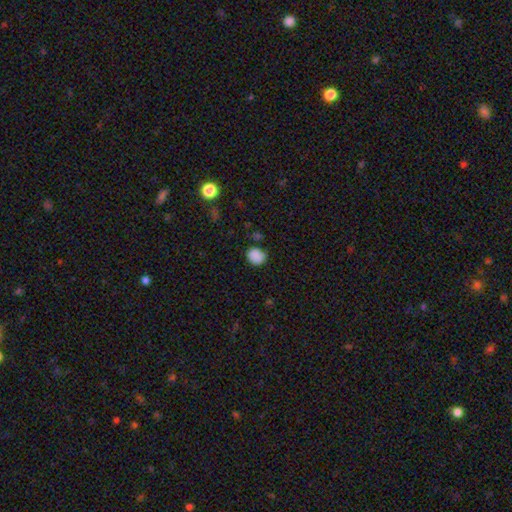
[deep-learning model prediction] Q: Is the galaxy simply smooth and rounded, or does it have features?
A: smooth — 87%.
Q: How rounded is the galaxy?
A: round — 65%.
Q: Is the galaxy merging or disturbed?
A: none — 74%.